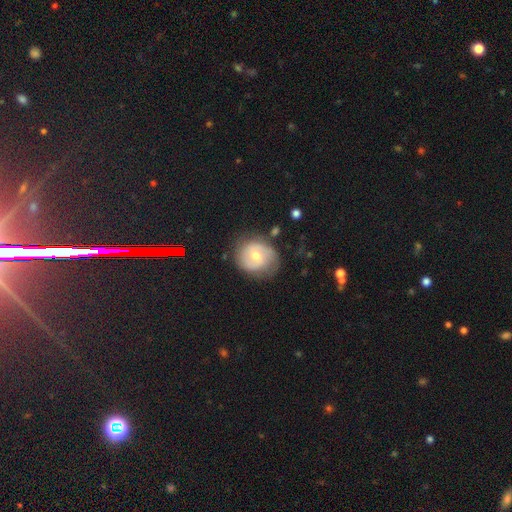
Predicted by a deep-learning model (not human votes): The model was most divided on "spiral winding": medium: 43%, tight: 41%, loose: 16%. More confident: edge-on disk — no (98%); spiral arms — yes (87%); spiral arm count — 2 (77%); merging — none (71%); smooth or featured — featured or disk (67%); bulge size — moderate (63%); bar — weak (51%).